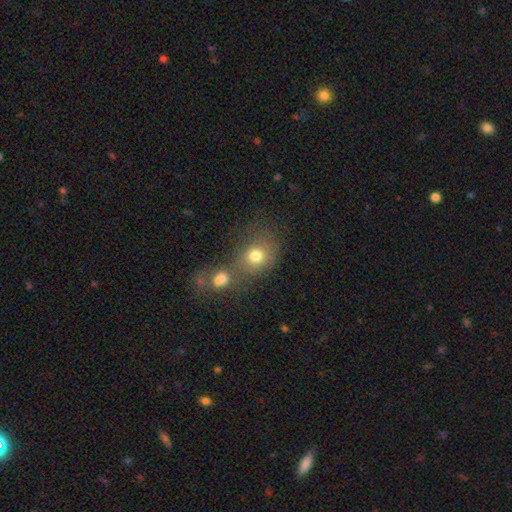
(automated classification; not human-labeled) smooth-or-featured: smooth: 74% | star or artifact: 13% | featured or disk: 13%
  how-rounded: round: 64% | in between: 35% | cigar-shaped: 1%
  merging: merger: 49% | none: 35% | minor disturbance: 9% | major disturbance: 7%